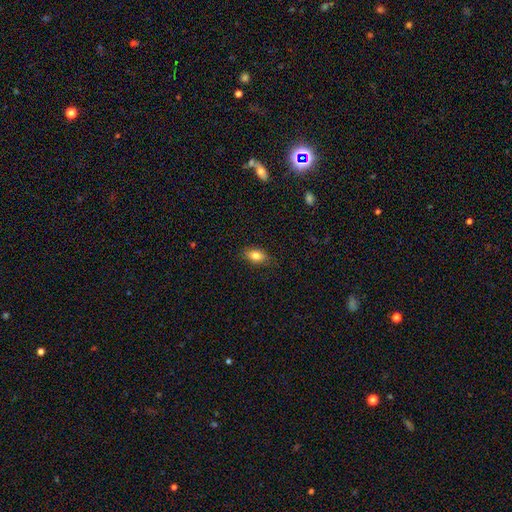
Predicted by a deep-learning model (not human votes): Overall: smooth (82%). How rounded: in between (86%). Merging: none (82%).